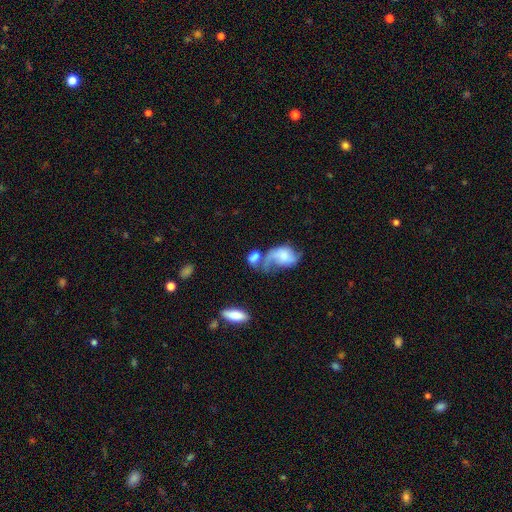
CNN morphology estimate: Overall: smooth (59%; featured or disk 31%). How rounded: in between (74%). Merging: merger (48%; none 22%).